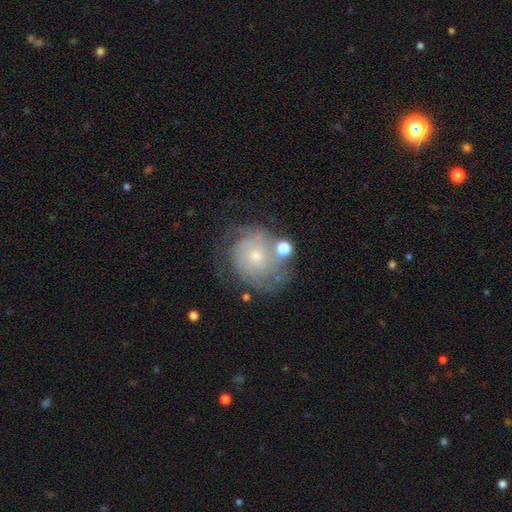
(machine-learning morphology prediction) smooth_or_featured: featured or disk (p=0.70) [alt: smooth p=0.21]
disk_edge_on: no (p=0.98) [alt: yes p=0.02]
bar: no (p=0.79) [alt: weak p=0.18]
has_spiral_arms: yes (p=0.88) [alt: no p=0.12]
spiral_winding: tight (p=0.68) [alt: medium p=0.24]
spiral_arm_count: can't tell (p=0.47) [alt: 2 p=0.17]
bulge_size: small (p=0.66) [alt: moderate p=0.29]
merging: none (p=0.61) [alt: minor disturbance p=0.21]